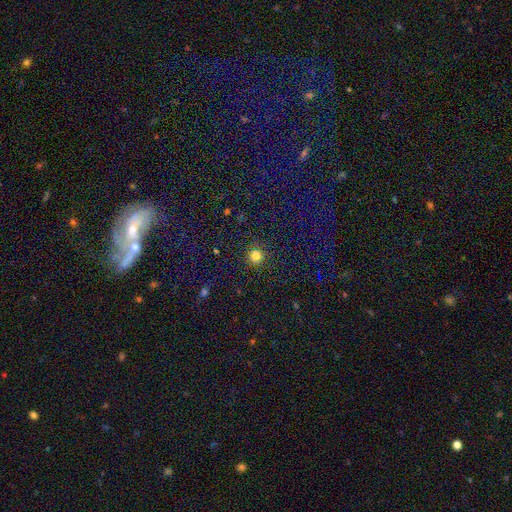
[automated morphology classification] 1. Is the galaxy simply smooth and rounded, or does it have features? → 80% smooth, 16% star or artifact, 5% featured or disk.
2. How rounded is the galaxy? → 95% round, 4% in between, 1% cigar-shaped.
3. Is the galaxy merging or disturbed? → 91% none, 6% minor disturbance, 2% major disturbance, 1% merger.